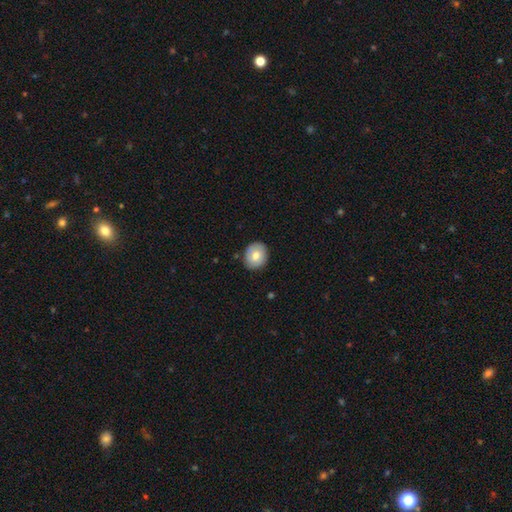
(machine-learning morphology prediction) smooth_or_featured: smooth (p=0.73) [alt: featured or disk p=0.19]
how_rounded: round (p=0.66) [alt: in between p=0.33]
merging: none (p=0.86) [alt: minor disturbance p=0.11]